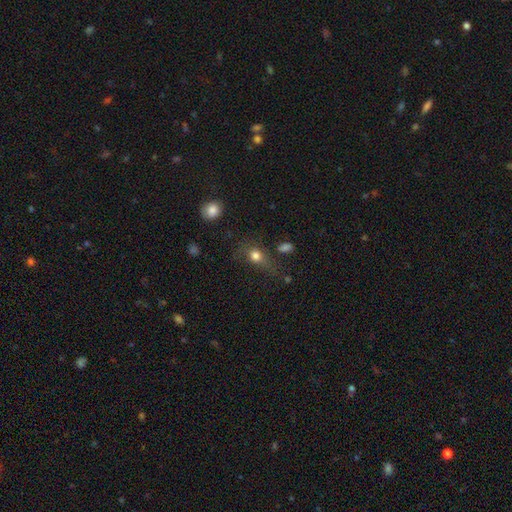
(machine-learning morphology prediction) Overall: smooth (75%). How rounded: round (52%; in between 43%). Merging: none (47%; minor disturbance 24%).